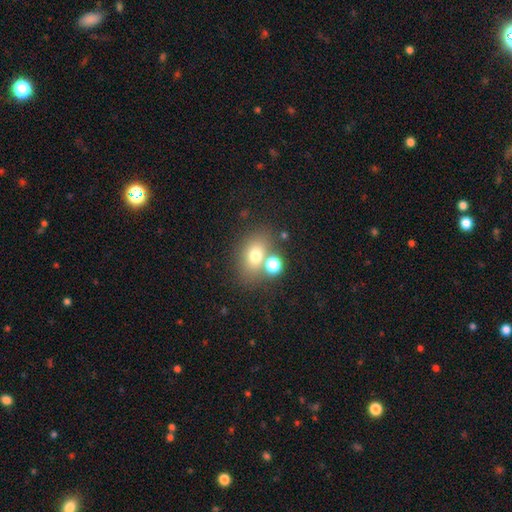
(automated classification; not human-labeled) A smooth galaxy with no disk features (70%) that is in between round and cigar-shaped (58%).

Vote fractions:
- Smooth or featured? smooth: 70% / featured or disk: 15% / star or artifact: 15%
- How rounded? in between: 58% / round: 40% / cigar-shaped: 1%
- Merging? none: 60% / merger: 23% / minor disturbance: 12% / major disturbance: 5%